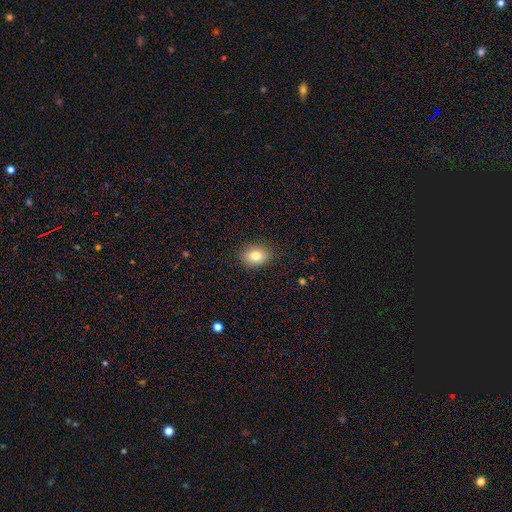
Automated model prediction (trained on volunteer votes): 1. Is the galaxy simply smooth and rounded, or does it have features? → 81% smooth, 10% star or artifact, 10% featured or disk.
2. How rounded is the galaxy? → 69% in between, 30% round, 1% cigar-shaped.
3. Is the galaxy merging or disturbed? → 88% none, 9% minor disturbance, 2% major disturbance, 1% merger.